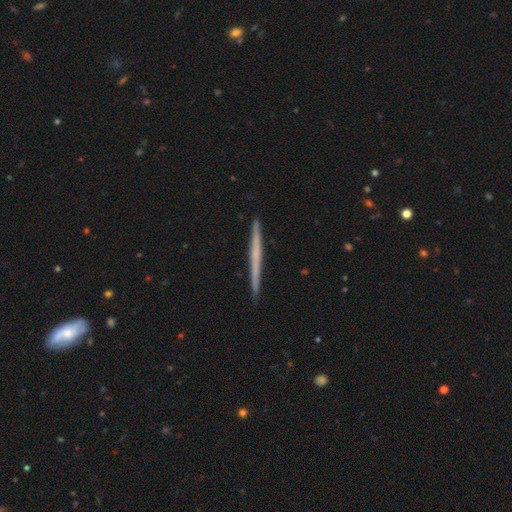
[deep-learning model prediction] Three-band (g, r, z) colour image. It shows a featured or disk galaxy (57%) viewed edge-on (98%) with no central bulge (83%). Merging: none (92%).